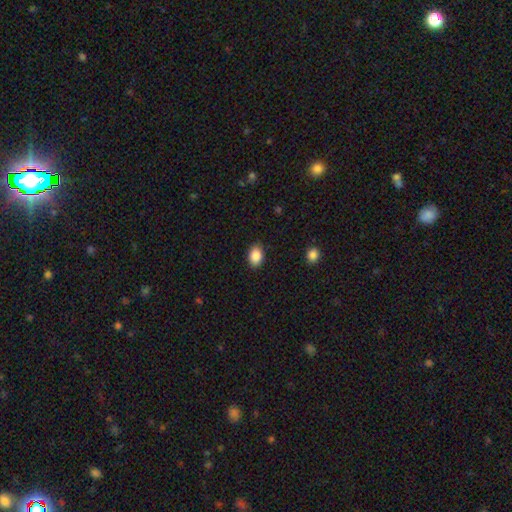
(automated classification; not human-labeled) A smooth galaxy with no disk features (88%) that is in between round and cigar-shaped (81%).

Vote fractions:
- Smooth or featured? smooth: 88% / star or artifact: 8% / featured or disk: 4%
- How rounded? in between: 81% / round: 18% / cigar-shaped: 1%
- Merging? none: 85% / minor disturbance: 11% / major disturbance: 2% / merger: 1%